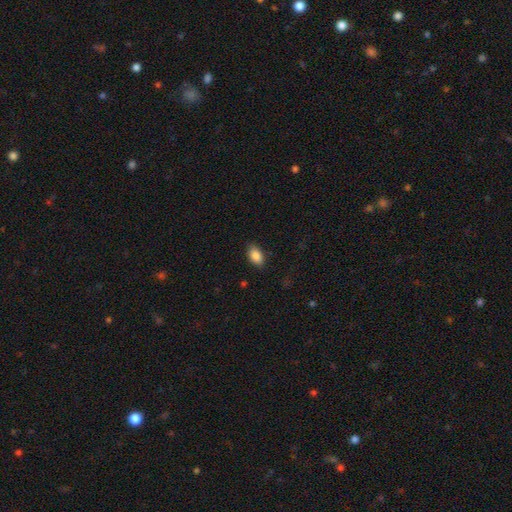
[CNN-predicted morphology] Q: Smooth or featured?
A: smooth (88%); runner-up: star or artifact (7%)
Q: How rounded?
A: in between (91%); runner-up: round (7%)
Q: Merging?
A: none (86%); runner-up: minor disturbance (10%)